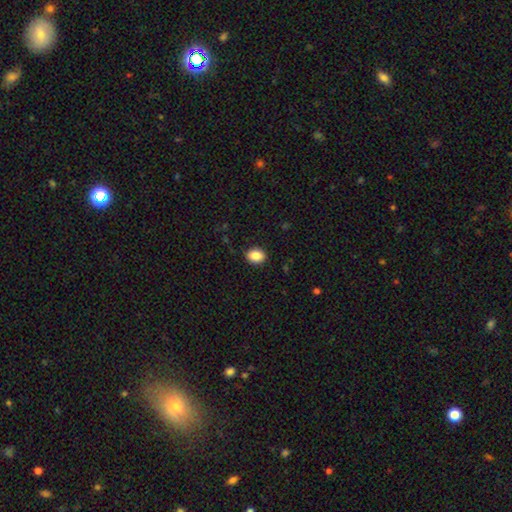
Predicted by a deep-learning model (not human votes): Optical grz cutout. It shows a smooth galaxy with no disk features (87%) that is in between round and cigar-shaped (60%). Merging: none (90%).